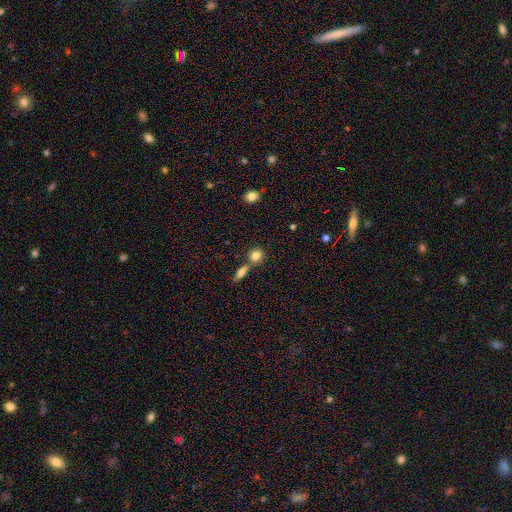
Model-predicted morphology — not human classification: A smooth galaxy with no disk features (81%) that is round (73%).

Vote fractions:
- Smooth or featured? smooth: 81% / star or artifact: 10% / featured or disk: 9%
- How rounded? round: 73% / in between: 23% / cigar-shaped: 5%
- Merging? none: 59% / merger: 28% / minor disturbance: 10% / major disturbance: 3%